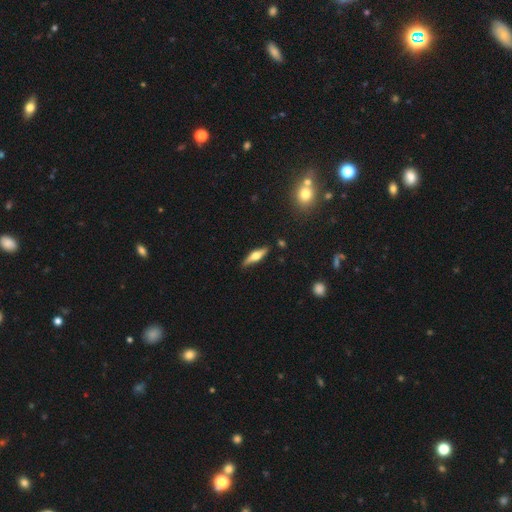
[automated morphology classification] Smooth or featured: featured or disk — 57% (smooth — 37%)
Edge-on disk: yes — 94% (no — 6%)
Edge-on bulge: rounded — 92% (boxy — 5%)
Merging: none — 84% (minor disturbance — 12%)